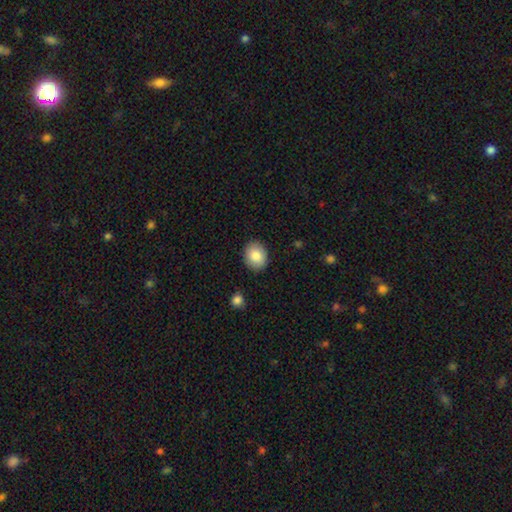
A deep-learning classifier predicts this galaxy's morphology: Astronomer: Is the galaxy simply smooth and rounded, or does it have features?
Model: smooth — 86%.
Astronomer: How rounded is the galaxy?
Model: round — 57% (runner-up: in between, 42%).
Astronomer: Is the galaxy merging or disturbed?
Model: none — 88%.